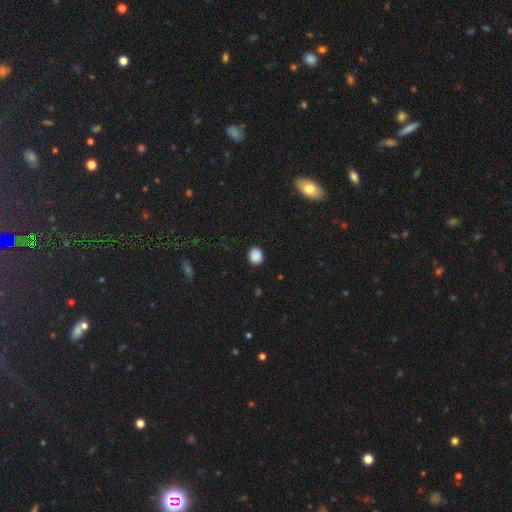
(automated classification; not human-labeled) This is clearly a smooth galaxy (88%). How rounded: likely round (72%). Merging: clearly none (89%).